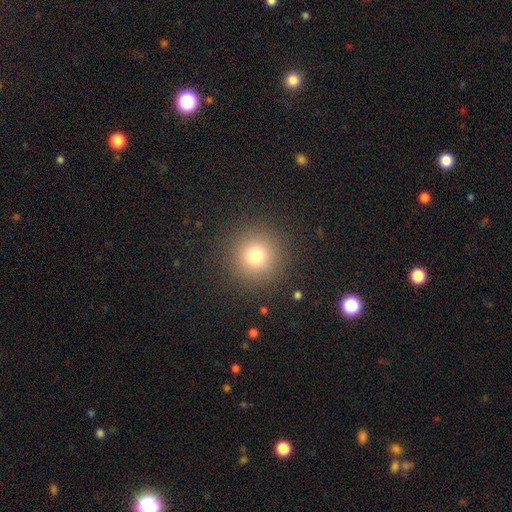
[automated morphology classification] Q: Smooth or featured?
A: smooth (75%); runner-up: star or artifact (16%)
Q: How rounded?
A: round (95%); runner-up: in between (4%)
Q: Merging?
A: none (89%); runner-up: minor disturbance (6%)